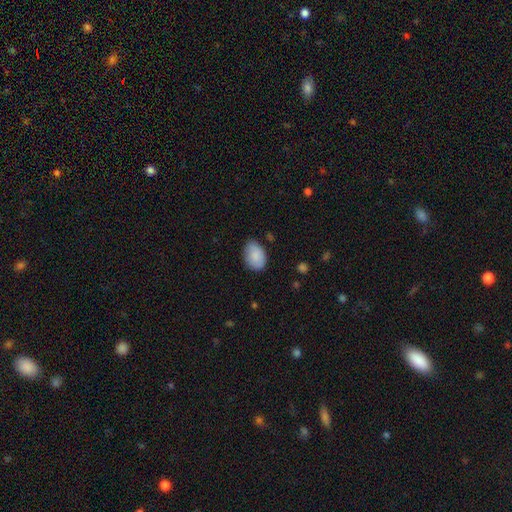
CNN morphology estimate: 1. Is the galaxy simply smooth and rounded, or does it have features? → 87% smooth, 7% featured or disk, 7% star or artifact.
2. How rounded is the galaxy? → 83% in between, 16% round, 1% cigar-shaped.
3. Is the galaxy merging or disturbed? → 74% none, 21% minor disturbance, 4% major disturbance, 1% merger.